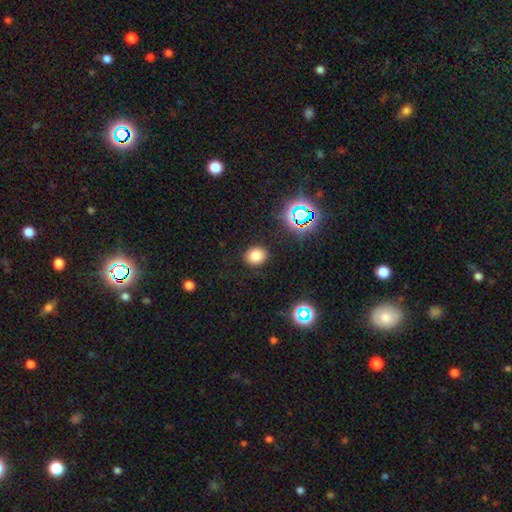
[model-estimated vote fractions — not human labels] Q: Smooth or featured?
A: smooth (77%); runner-up: star or artifact (16%)
Q: How rounded?
A: round (66%); runner-up: in between (33%)
Q: Merging?
A: none (88%); runner-up: minor disturbance (8%)